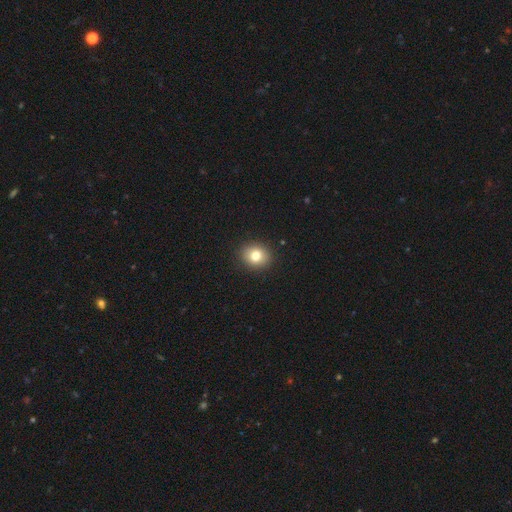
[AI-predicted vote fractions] This appears to be a smooth galaxy with no disk features (80%) that is round (69%). Merging: none (91%).